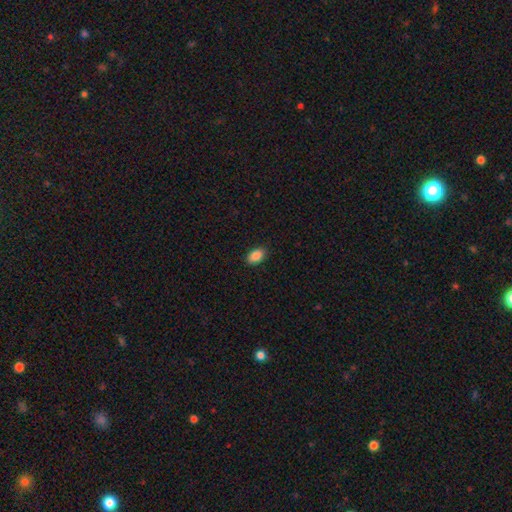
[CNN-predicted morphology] Overall: smooth (88%). How rounded: in between (91%). Merging: none (89%).